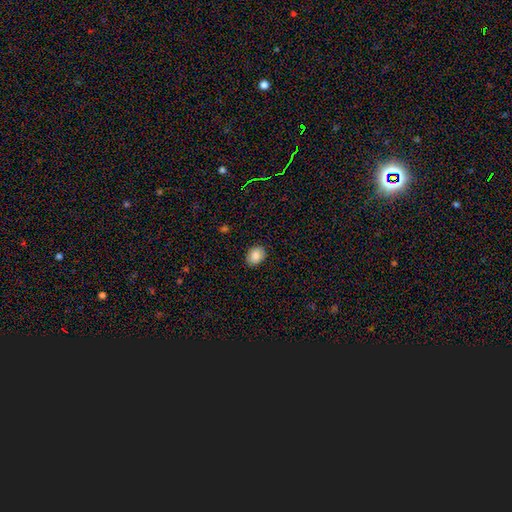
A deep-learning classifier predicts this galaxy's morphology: This appears to be a smooth galaxy with no disk features (88%) that is in between round and cigar-shaped (61%). Merging: none (87%).